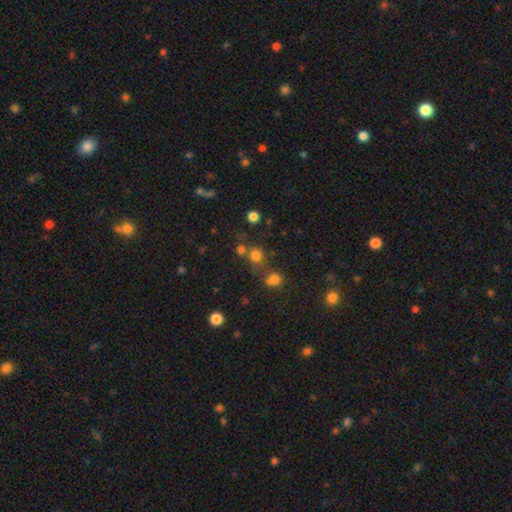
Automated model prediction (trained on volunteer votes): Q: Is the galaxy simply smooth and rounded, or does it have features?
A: smooth — 73%.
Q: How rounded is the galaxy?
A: round — 86%.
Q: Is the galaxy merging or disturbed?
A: none — 62%.